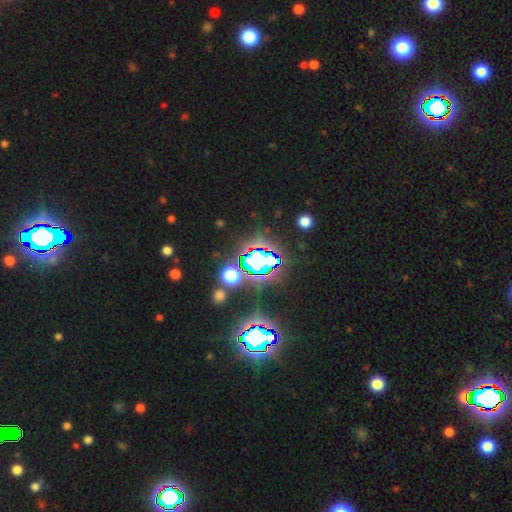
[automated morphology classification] A star or artifact, not a galaxy (78%).